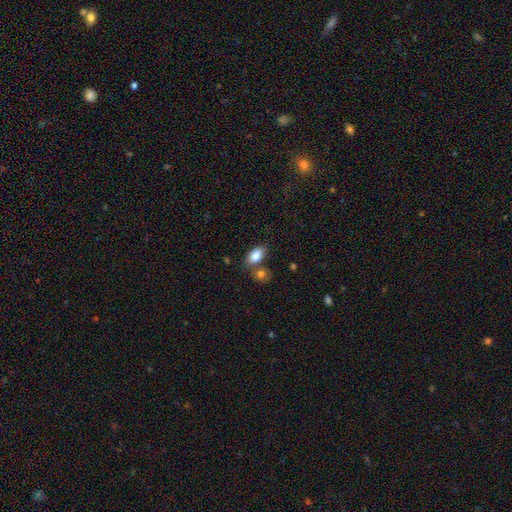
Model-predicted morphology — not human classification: This is clearly a smooth galaxy (83%). How rounded: clearly in between (90%). Merging: likely none (61%).